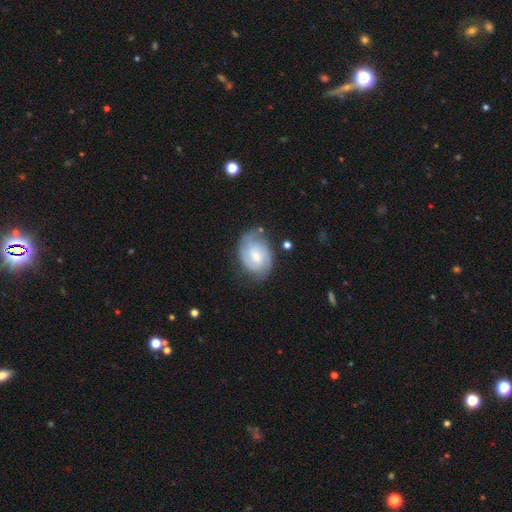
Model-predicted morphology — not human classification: The model was most divided on "bar": no: 47%, weak: 46%, strong: 7%. Remaining: edge-on disk — no (97%); spiral arms — yes (91%); smooth or featured — featured or disk (67%); merging — none (63%); spiral winding — tight (51%); spiral arm count — 2 (51%); bulge size — moderate (46%).